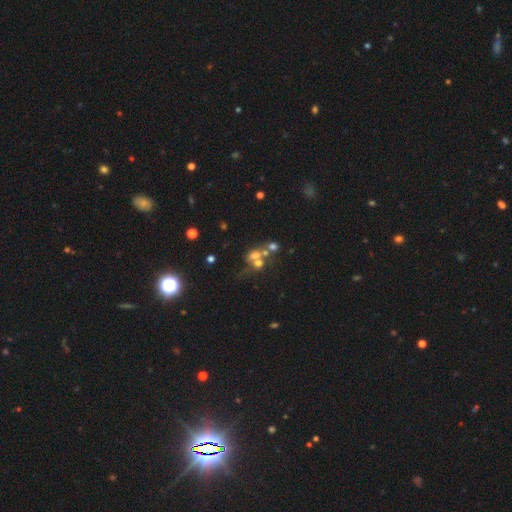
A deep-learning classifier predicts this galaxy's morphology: Smooth or featured? Predicted: smooth (p=0.42). Merging? Predicted: merger (p=0.46).